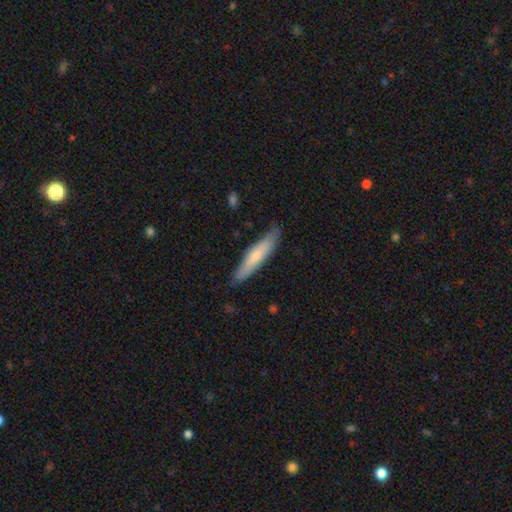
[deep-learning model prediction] smooth 65%, featured or disk 30%, star or artifact 5%. Down the decision tree: how rounded — cigar-shaped (88%); merging — none (83%).